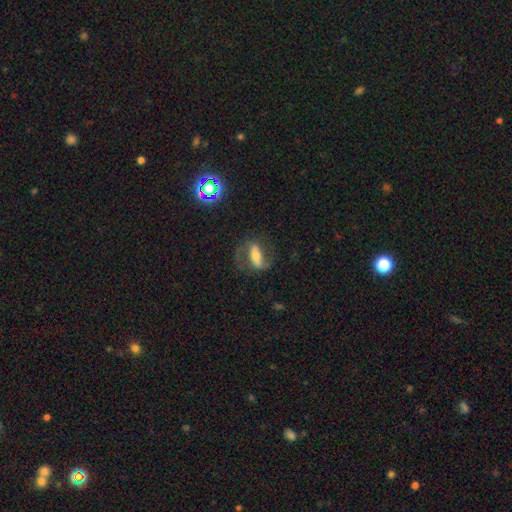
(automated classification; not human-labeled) Smooth or featured: featured or disk — 66% (smooth — 25%)
Edge-on disk: no — 88% (yes — 12%)
Bar: strong — 61% (weak — 23%)
Spiral arms: yes — 81% (no — 19%)
Bulge size: moderate — 48% (small — 26%)
Merging: none — 65% (major disturbance — 17%)